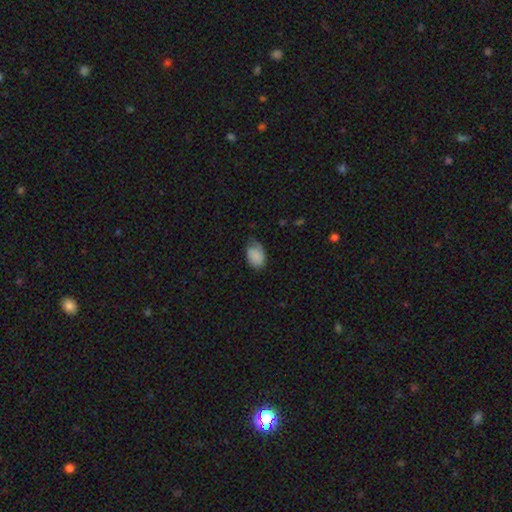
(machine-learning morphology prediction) Overall: smooth (79%). How rounded: in between (85%). Merging: none (48%; minor disturbance 38%).